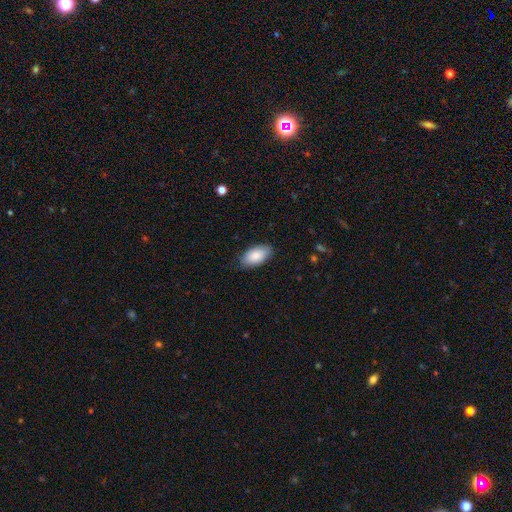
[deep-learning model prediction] Smooth or featured: smooth — 85% (featured or disk — 9%)
How rounded: in between — 95% (cigar-shaped — 3%)
Merging: none — 83% (minor disturbance — 13%)